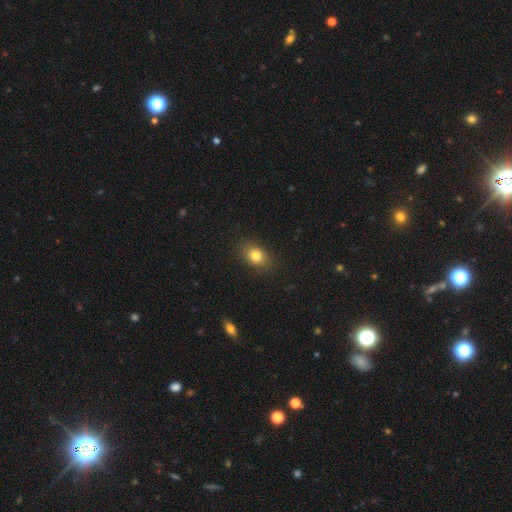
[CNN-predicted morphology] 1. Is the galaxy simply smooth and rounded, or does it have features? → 80% smooth, 11% star or artifact, 9% featured or disk.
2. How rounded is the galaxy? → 68% in between, 30% round, 2% cigar-shaped.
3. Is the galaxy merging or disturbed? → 86% none, 10% minor disturbance, 3% major disturbance, 1% merger.